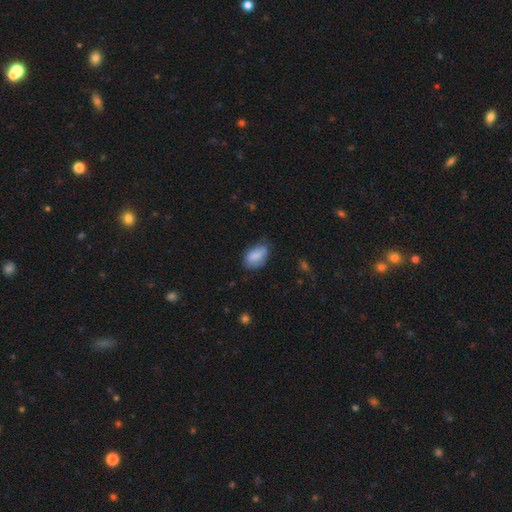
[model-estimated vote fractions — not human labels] smooth_or_featured: smooth (p=0.80) [alt: featured or disk p=0.13]
how_rounded: in between (p=0.90) [alt: round p=0.08]
merging: none (p=0.53) [alt: minor disturbance p=0.36]